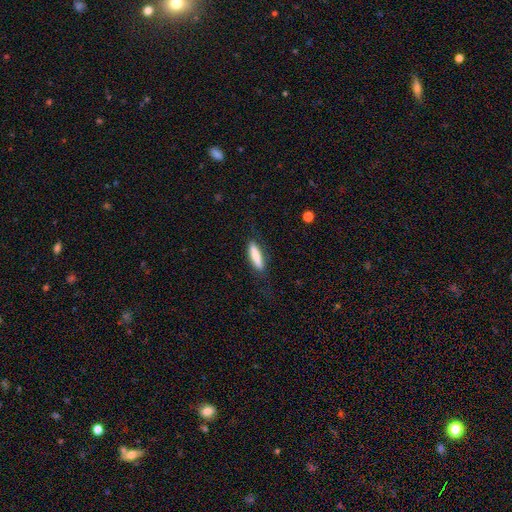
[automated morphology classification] The model was most divided on "how rounded": cigar-shaped: 75%, in between: 23%, round: 2%. More confident: merging — none (80%); smooth or featured — smooth (80%).